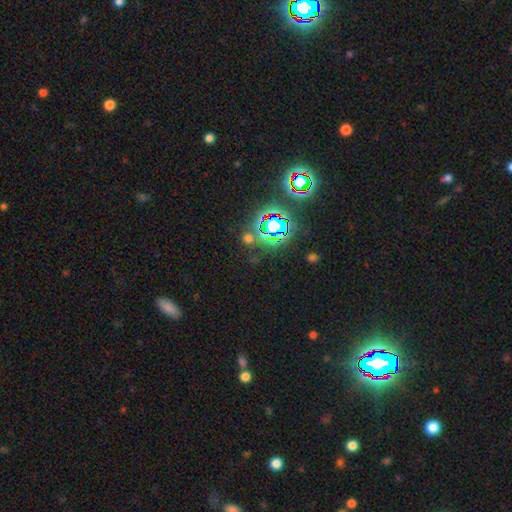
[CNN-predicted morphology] Smooth or featured? star or artifact (73%)